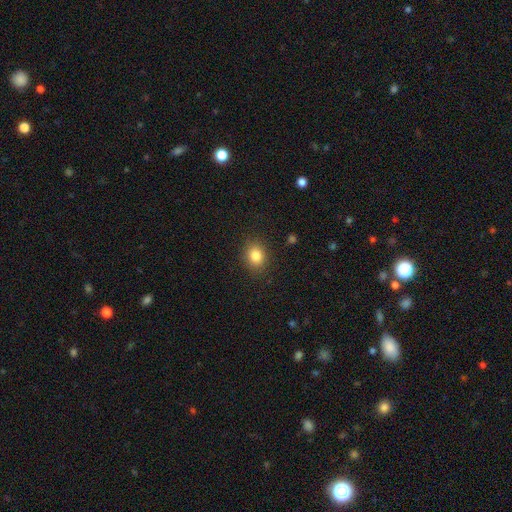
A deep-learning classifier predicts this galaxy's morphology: Smooth or featured? Predicted: smooth (p=0.83). How rounded? Predicted: round (p=0.57). Merging? Predicted: none (p=0.88).